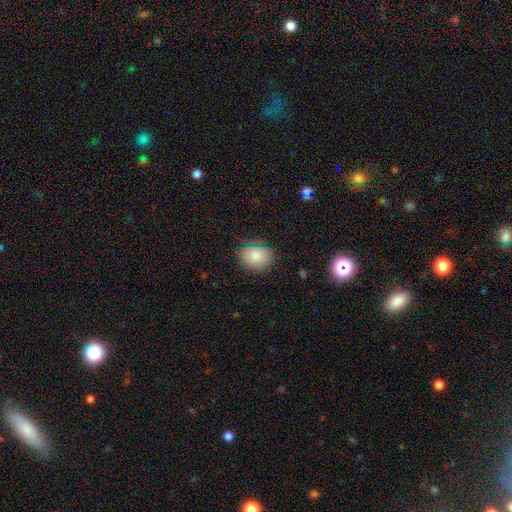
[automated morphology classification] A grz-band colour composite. It shows a smooth galaxy with no disk features (82%) that is round (54%). Merging: none (83%).